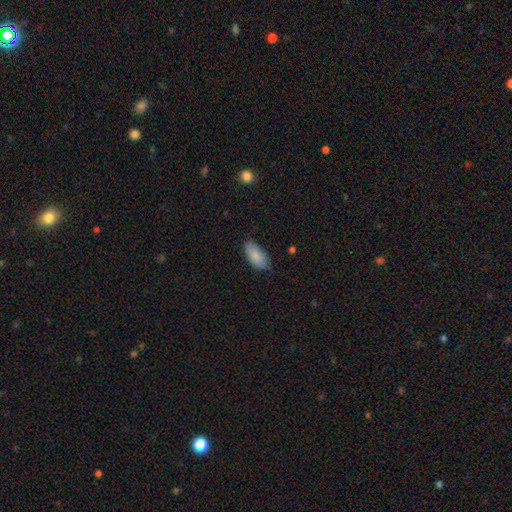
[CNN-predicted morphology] The model was most divided on "merging": none: 76%, minor disturbance: 20%, major disturbance: 3%, merger: 1%. More confident: how rounded — in between (92%); smooth or featured — smooth (86%).